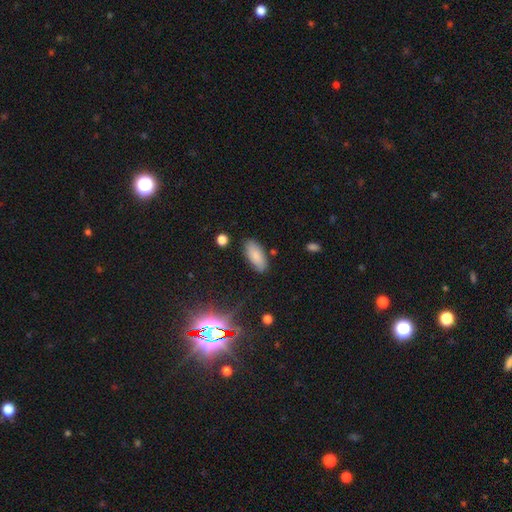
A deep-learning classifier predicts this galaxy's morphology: Q: Smooth or featured?
A: smooth (84%); runner-up: featured or disk (8%)
Q: How rounded?
A: in between (84%); runner-up: cigar-shaped (14%)
Q: Merging?
A: none (84%); runner-up: minor disturbance (11%)